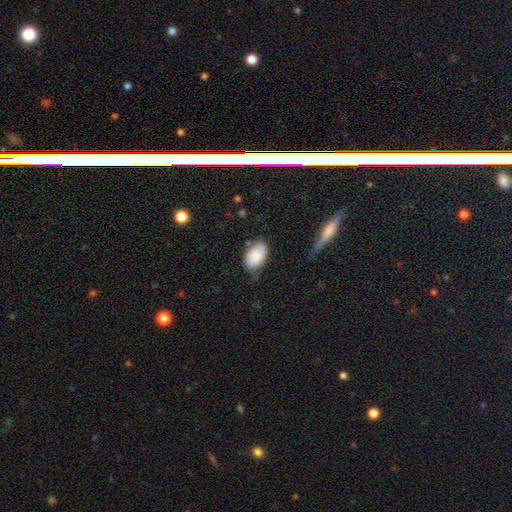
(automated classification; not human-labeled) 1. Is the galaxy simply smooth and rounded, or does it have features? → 84% smooth, 9% featured or disk, 7% star or artifact.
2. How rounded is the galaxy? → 89% in between, 10% round, 1% cigar-shaped.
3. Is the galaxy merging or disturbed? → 62% none, 27% minor disturbance, 7% major disturbance, 4% merger.